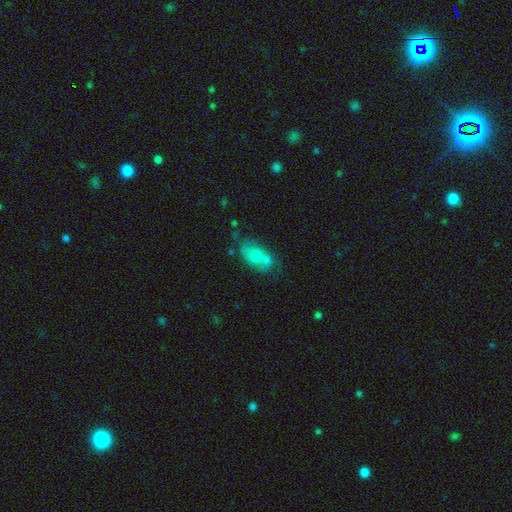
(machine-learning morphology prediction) A smooth galaxy with no disk features (65%) that is in between round and cigar-shaped (87%). Merging: none (38%).